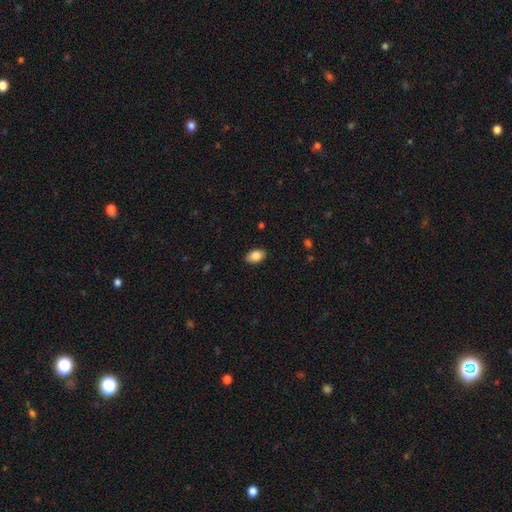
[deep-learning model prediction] Overall: smooth (85%). How rounded: in between (90%). Merging: none (87%).